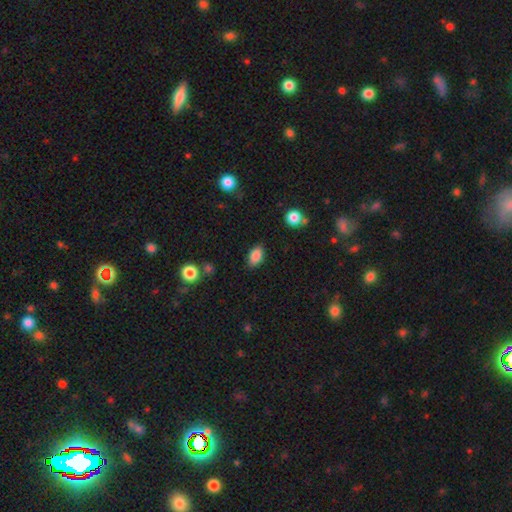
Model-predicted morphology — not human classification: Smooth or featured: smooth — 86% (star or artifact — 8%)
How rounded: in between — 90% (round — 8%)
Merging: none — 84% (minor disturbance — 11%)